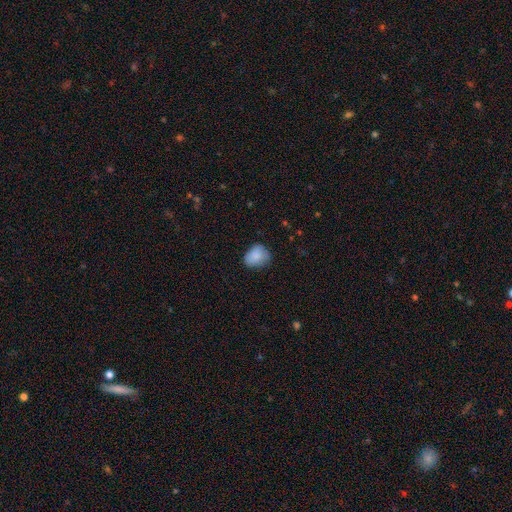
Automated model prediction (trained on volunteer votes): smooth-or-featured: smooth: 85% | star or artifact: 8% | featured or disk: 8%
  how-rounded: in between: 53% | round: 46% | cigar-shaped: 1%
  merging: none: 66% | minor disturbance: 27% | major disturbance: 6% | merger: 1%